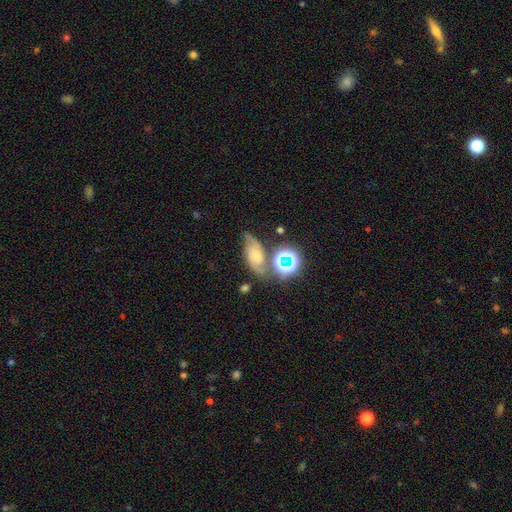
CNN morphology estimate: A featured or disk galaxy (51%).

Vote fractions:
- Smooth or featured? featured or disk: 51% / star or artifact: 27% / smooth: 22%
- Edge-on disk? no: 92% / yes: 8%
- Merging? none: 54% / minor disturbance: 21% / merger: 14% / major disturbance: 12%